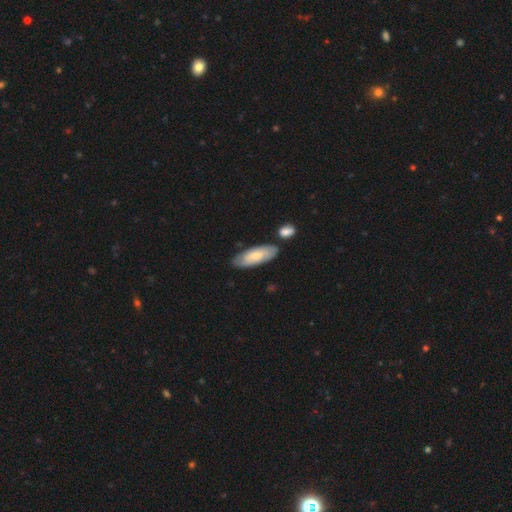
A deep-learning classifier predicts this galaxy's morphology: Smooth or featured? smooth (65%)
How rounded? in between (73%)
Merging? none (74%)